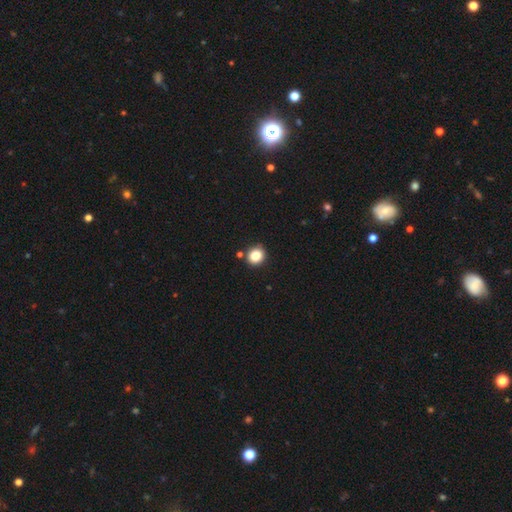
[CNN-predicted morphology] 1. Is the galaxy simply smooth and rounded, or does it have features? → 84% smooth, 11% star or artifact, 5% featured or disk.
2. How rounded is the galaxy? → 81% round, 18% in between, 1% cigar-shaped.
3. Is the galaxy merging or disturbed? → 86% none, 7% minor disturbance, 5% merger, 2% major disturbance.